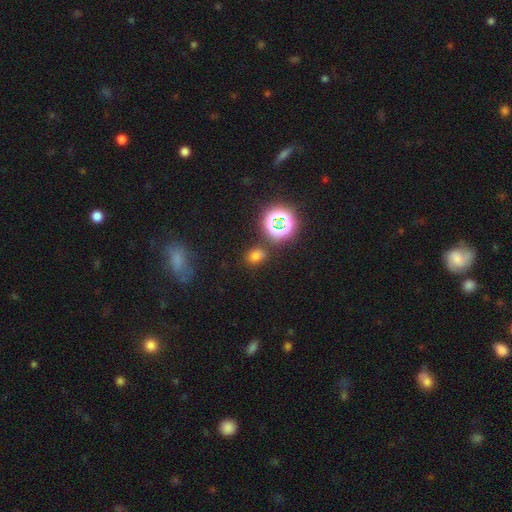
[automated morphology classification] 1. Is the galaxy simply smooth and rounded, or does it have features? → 66% smooth, 27% star or artifact, 7% featured or disk.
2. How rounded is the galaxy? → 53% in between, 45% round, 1% cigar-shaped.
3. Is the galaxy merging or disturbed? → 81% none, 10% minor disturbance, 5% merger, 4% major disturbance.